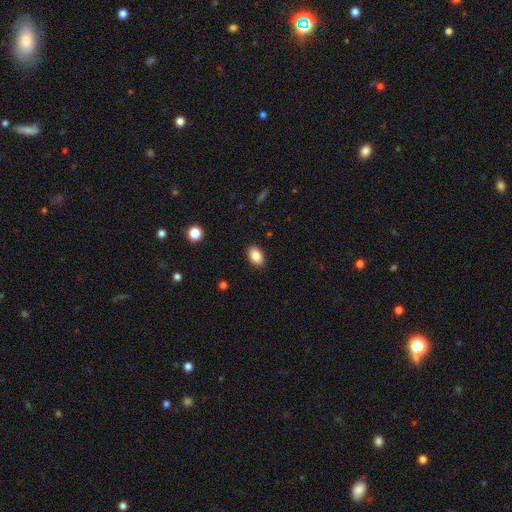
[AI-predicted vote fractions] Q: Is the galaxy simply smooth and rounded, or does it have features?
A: smooth — 86%.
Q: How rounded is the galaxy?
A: in between — 85%.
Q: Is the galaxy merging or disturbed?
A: none — 88%.